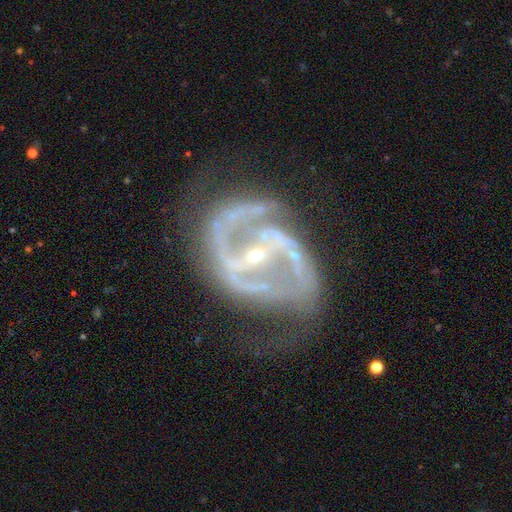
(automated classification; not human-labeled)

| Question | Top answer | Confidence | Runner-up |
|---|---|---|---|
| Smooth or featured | featured or disk | 90% | star or artifact (7%) |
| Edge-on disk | no | 97% | yes (3%) |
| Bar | strong | 59% | weak (24%) |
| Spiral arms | yes | 92% | no (8%) |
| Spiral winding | medium | 53% | loose (25%) |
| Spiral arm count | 2 | 80% | can't tell (6%) |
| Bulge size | small | 82% | moderate (14%) |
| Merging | none | 43% | major disturbance (29%) |